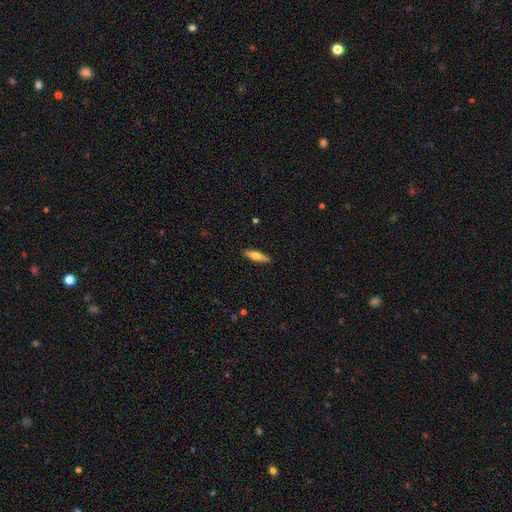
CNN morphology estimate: type=smooth (61%); roundness=cigar-shaped (64%); merging=none (90%).